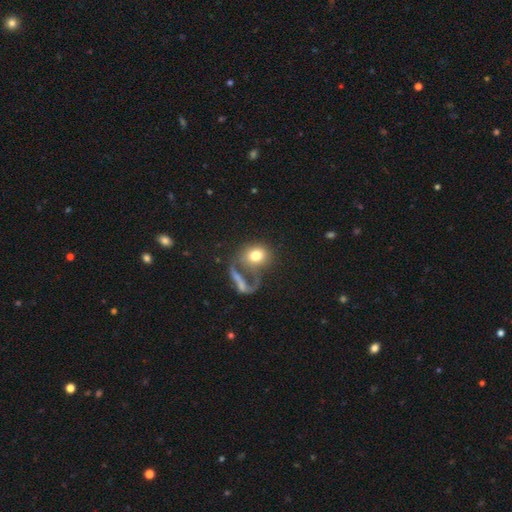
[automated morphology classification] smooth-or-featured: smooth: 70% | featured or disk: 20% | star or artifact: 10%
  how-rounded: round: 70% | in between: 28% | cigar-shaped: 2%
  merging: none: 32% | major disturbance: 29% | merger: 28% | minor disturbance: 11%